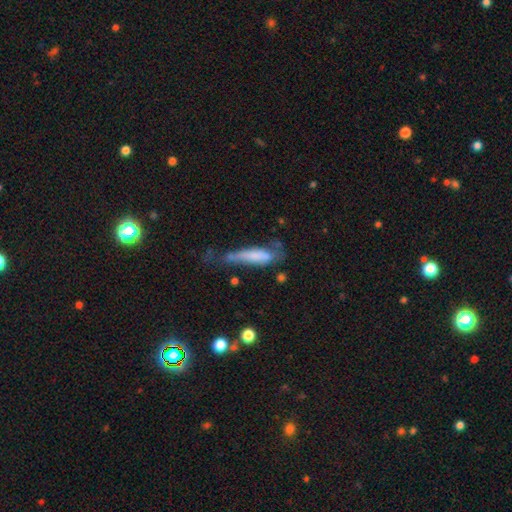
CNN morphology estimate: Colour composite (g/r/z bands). It shows a smooth galaxy with no disk features (64%) that is cigar-shaped (75%). Merging: minor disturbance (33%).